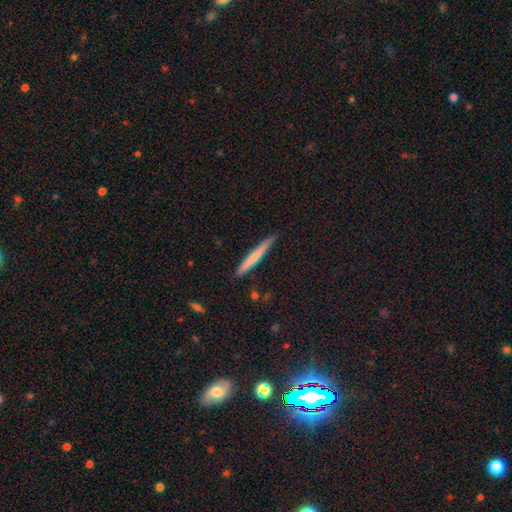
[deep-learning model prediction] Smooth or featured? smooth (66%)
How rounded? cigar-shaped (96%)
Merging? none (87%)